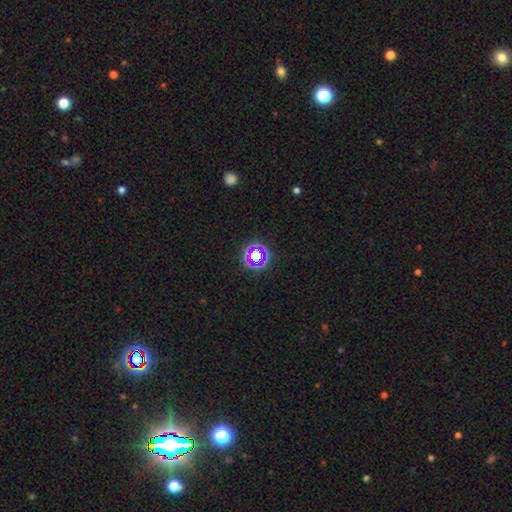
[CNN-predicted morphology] A star or artifact, not a galaxy (58%).

Vote fractions:
- Smooth or featured? star or artifact: 58% / smooth: 28% / featured or disk: 13%